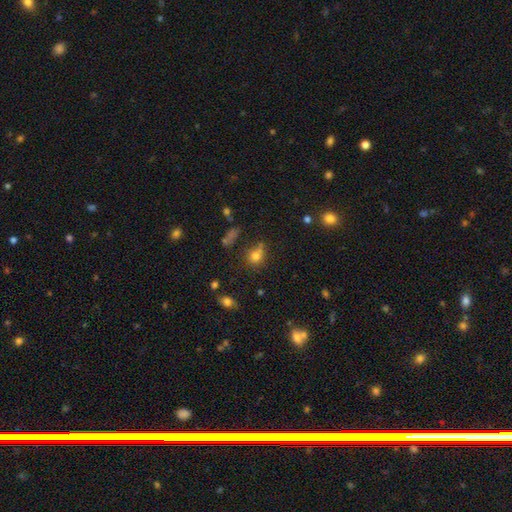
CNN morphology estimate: The model was most divided on "merging": none: 55%, minor disturbance: 24%, major disturbance: 12%, merger: 10%. More confident: smooth or featured — smooth (74%); how rounded — round (68%).